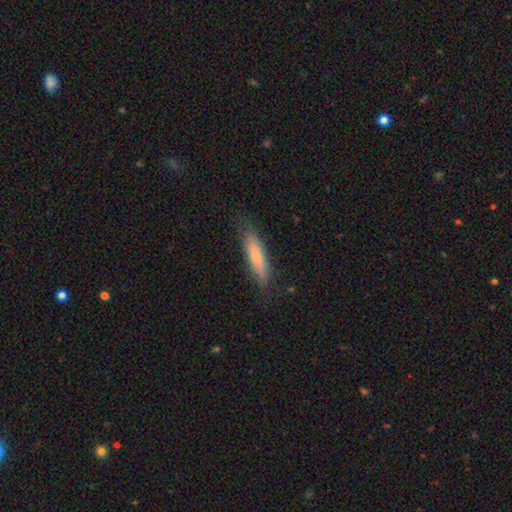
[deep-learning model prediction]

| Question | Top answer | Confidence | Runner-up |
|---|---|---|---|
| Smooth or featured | smooth | 78% | featured or disk (16%) |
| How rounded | cigar-shaped | 83% | in between (16%) |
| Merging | none | 81% | minor disturbance (15%) |